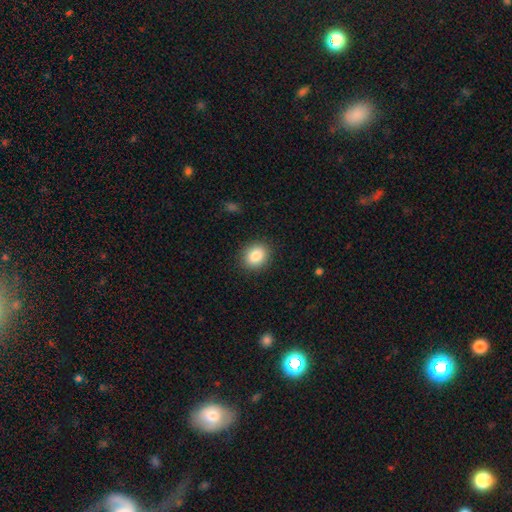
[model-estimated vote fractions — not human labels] A smooth galaxy with no disk features (86%) that is round (61%).

Vote fractions:
- Smooth or featured? smooth: 86% / star or artifact: 9% / featured or disk: 6%
- How rounded? round: 61% / in between: 39% / cigar-shaped: 1%
- Merging? none: 89% / minor disturbance: 8% / major disturbance: 2% / merger: 1%